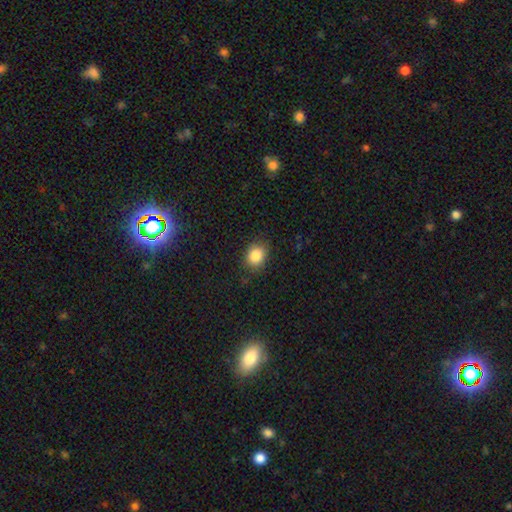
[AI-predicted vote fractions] smooth 85%, star or artifact 10%, featured or disk 5%. Down the decision tree: how rounded — round (57%); merging — none (84%).